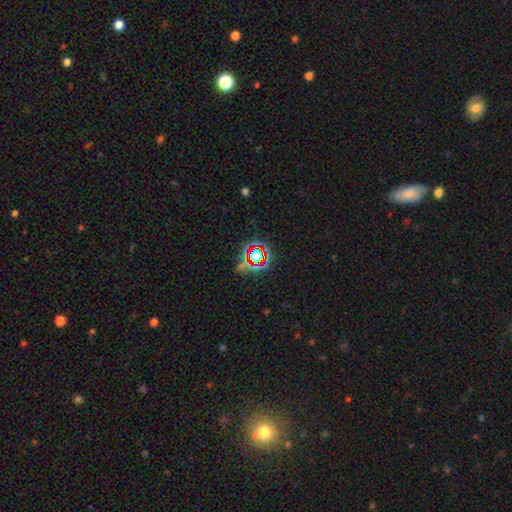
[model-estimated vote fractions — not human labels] This appears to be a star or artifact, not a galaxy (68%).